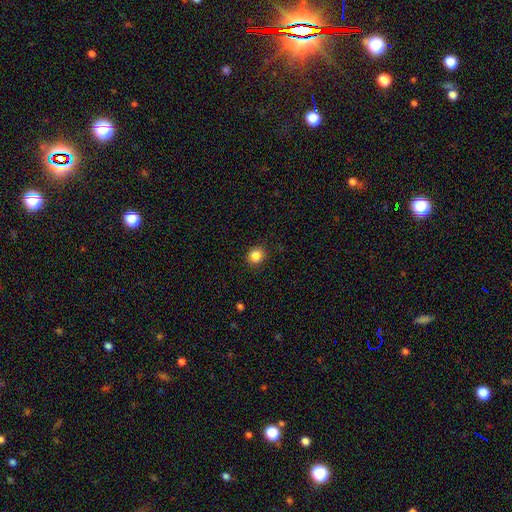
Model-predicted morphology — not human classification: The model was most divided on "how rounded": round: 72%, in between: 27%, cigar-shaped: 1%. More confident: smooth or featured — smooth (82%); merging — none (73%).